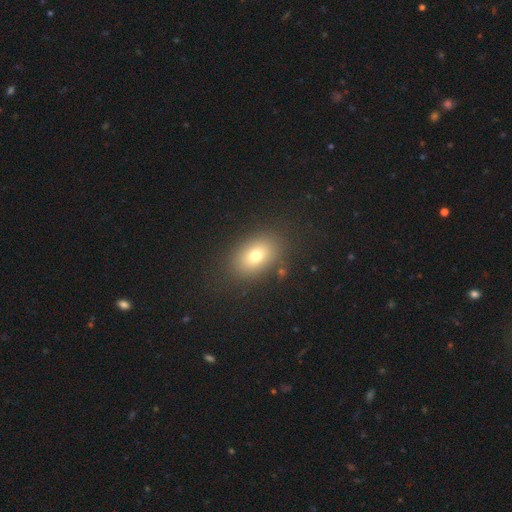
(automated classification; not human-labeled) Morphology: type=smooth (73%); roundness=in between (78%); merging=none (84%).